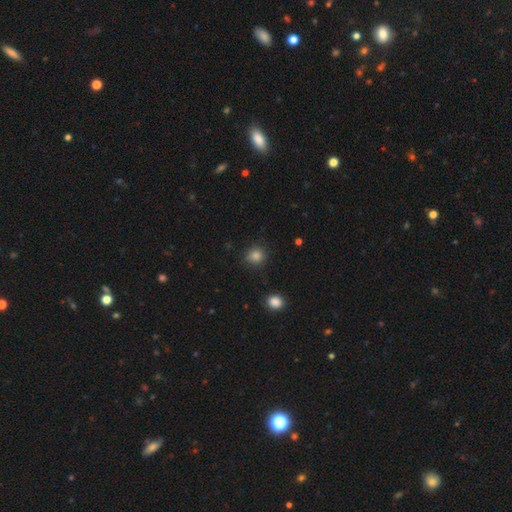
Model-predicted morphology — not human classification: Smooth or featured? smooth (84%)
How rounded? round (85%)
Merging? none (86%)